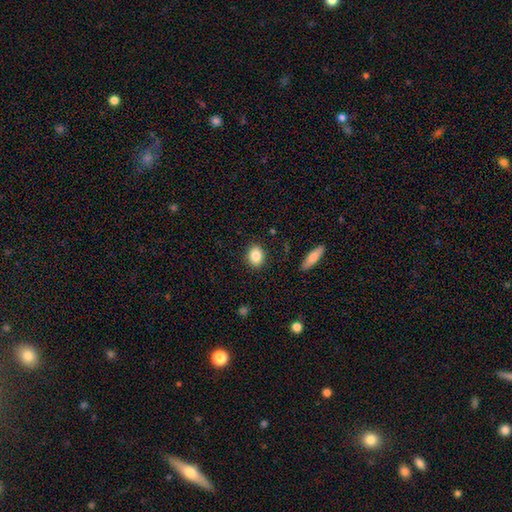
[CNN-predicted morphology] smooth-or-featured: smooth: 85% | star or artifact: 8% | featured or disk: 6%
  how-rounded: in between: 55% | round: 43% | cigar-shaped: 2%
  merging: none: 89% | minor disturbance: 8% | major disturbance: 2% | merger: 1%